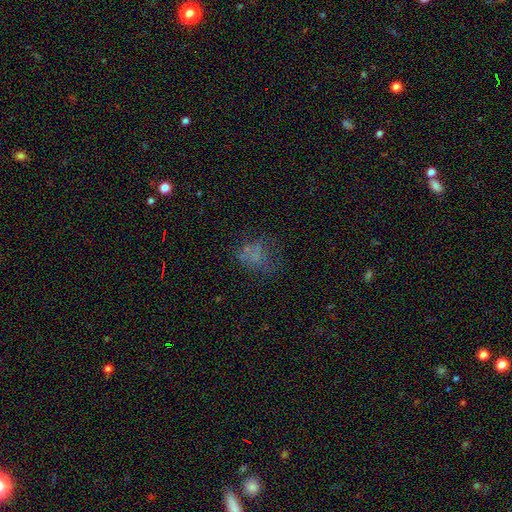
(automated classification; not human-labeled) smooth-or-featured: smooth: 45% | featured or disk: 28% | star or artifact: 26%
  merging: none: 49% | major disturbance: 26% | minor disturbance: 19% | merger: 6%